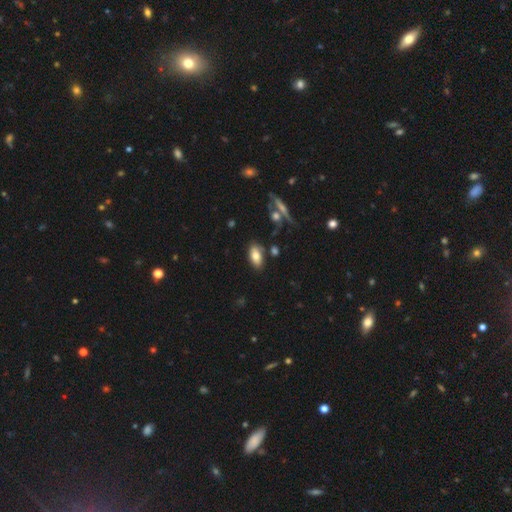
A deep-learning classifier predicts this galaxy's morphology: Overall: smooth (77%). How rounded: in between (91%). Merging: none (78%).